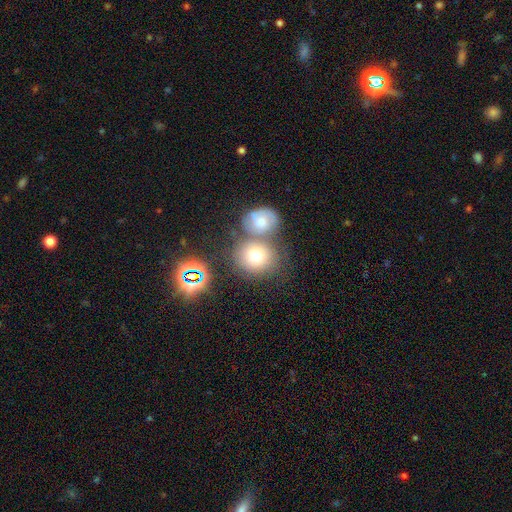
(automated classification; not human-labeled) Overall: smooth (70%). How rounded: round (80%). Merging: none (54%; merger 30%).